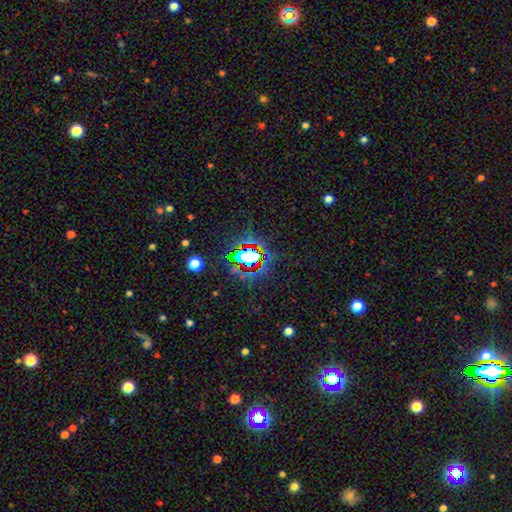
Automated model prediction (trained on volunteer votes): star or artifact 73%, smooth 16%, featured or disk 12%.